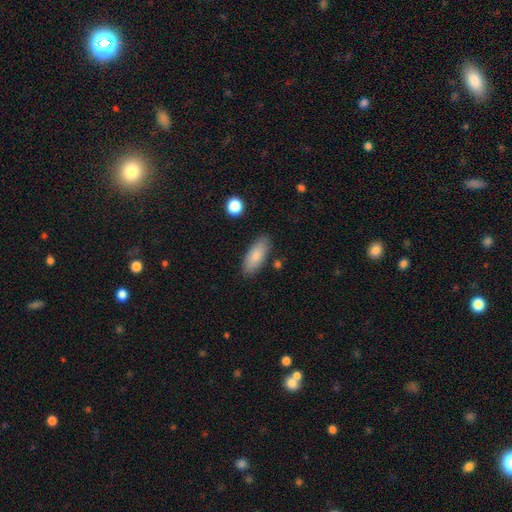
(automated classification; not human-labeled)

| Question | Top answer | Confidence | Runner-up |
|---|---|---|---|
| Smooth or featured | smooth | 81% | featured or disk (12%) |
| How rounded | in between | 82% | cigar-shaped (15%) |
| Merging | none | 83% | minor disturbance (12%) |